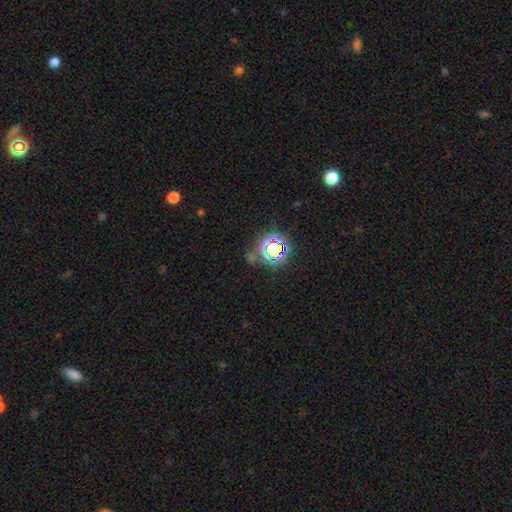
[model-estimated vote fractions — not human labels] Smooth or featured? star or artifact (73%)